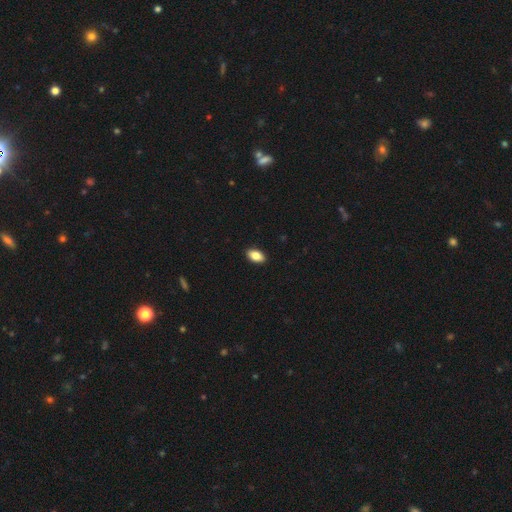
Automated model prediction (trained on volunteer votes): Smooth or featured? Predicted: smooth (p=0.85). How rounded? Predicted: in between (p=0.92). Merging? Predicted: none (p=0.90).